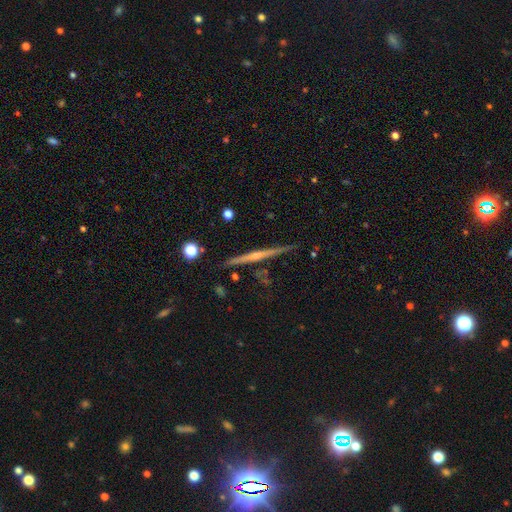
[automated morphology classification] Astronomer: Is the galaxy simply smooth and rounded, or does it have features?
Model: featured or disk — 76%.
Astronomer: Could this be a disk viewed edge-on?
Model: yes — 98%.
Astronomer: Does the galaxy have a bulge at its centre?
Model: rounded — 61%.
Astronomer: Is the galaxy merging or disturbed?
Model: none — 88%.